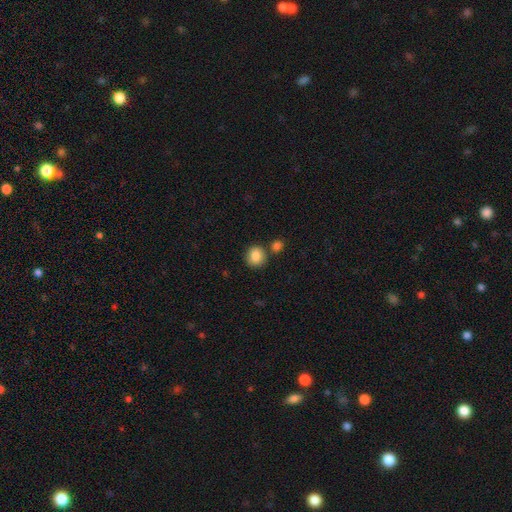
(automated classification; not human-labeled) Q: Smooth or featured?
A: smooth (87%); runner-up: star or artifact (8%)
Q: How rounded?
A: round (84%); runner-up: in between (15%)
Q: Merging?
A: none (73%); runner-up: merger (14%)